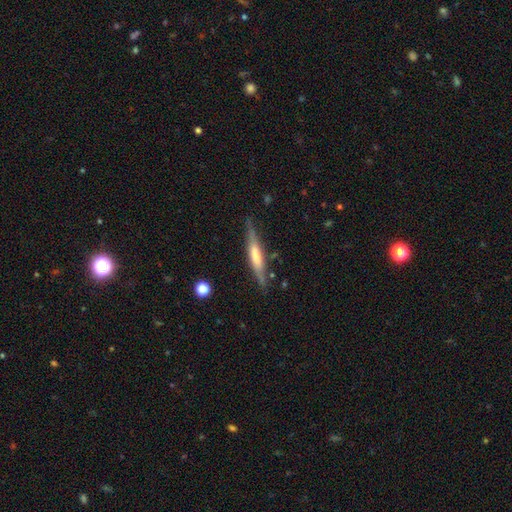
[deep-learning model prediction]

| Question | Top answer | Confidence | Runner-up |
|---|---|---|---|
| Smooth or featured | featured or disk | 52% | smooth (42%) |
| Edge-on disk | yes | 91% | no (9%) |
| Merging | none | 78% | minor disturbance (16%) |